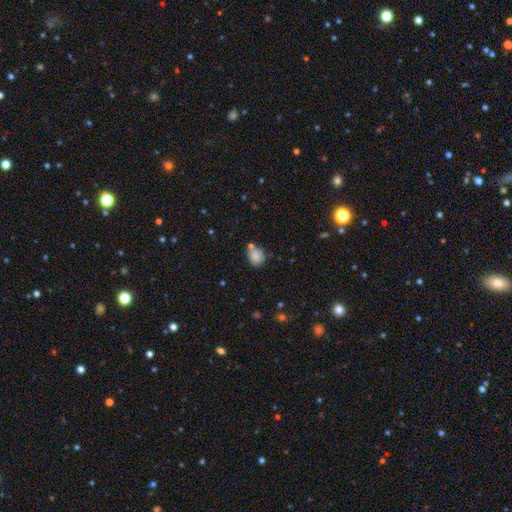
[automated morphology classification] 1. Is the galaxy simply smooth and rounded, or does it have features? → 82% smooth, 10% star or artifact, 8% featured or disk.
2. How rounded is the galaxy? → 60% round, 39% in between, 1% cigar-shaped.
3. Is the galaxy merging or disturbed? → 62% none, 18% minor disturbance, 15% merger, 5% major disturbance.